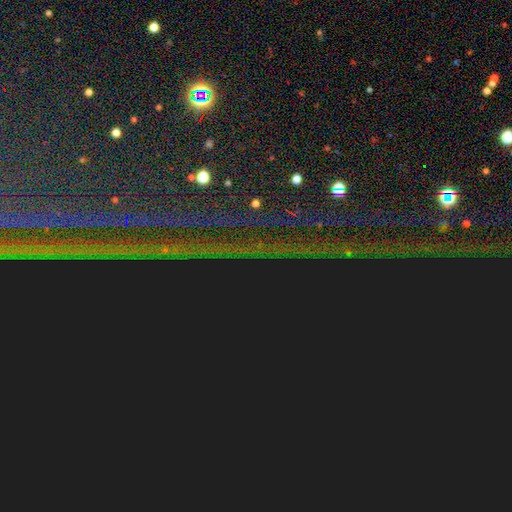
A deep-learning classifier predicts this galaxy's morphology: Q: Smooth or featured?
A: star or artifact (89%); runner-up: featured or disk (6%)